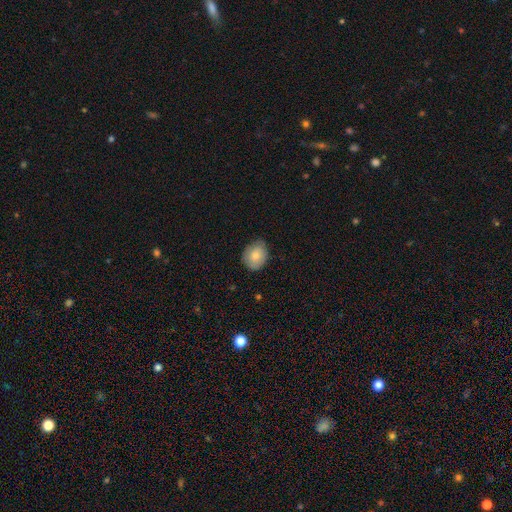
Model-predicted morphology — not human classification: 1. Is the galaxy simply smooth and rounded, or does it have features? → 75% smooth, 18% featured or disk, 7% star or artifact.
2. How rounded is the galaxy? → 55% round, 44% in between, 1% cigar-shaped.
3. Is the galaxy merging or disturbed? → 73% none, 23% minor disturbance, 4% major disturbance, 1% merger.